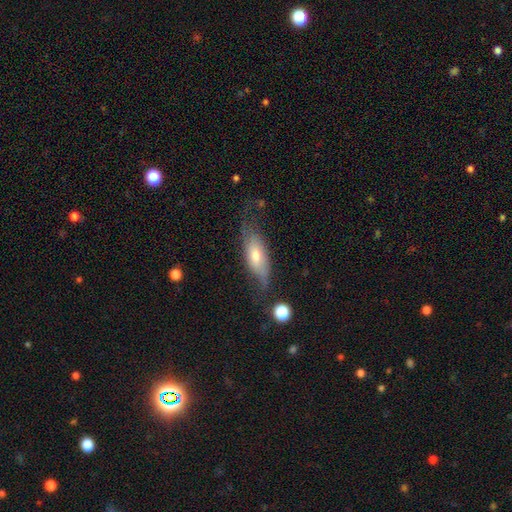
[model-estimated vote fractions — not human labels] Overall: smooth (48%; featured or disk 45%). Merging: none (50%; minor disturbance 30%).